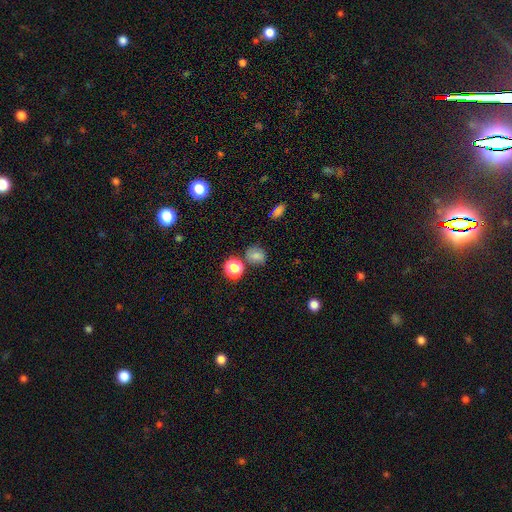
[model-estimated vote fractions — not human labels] Overall: smooth (74%). How rounded: round (61%; in between 38%). Merging: none (71%).